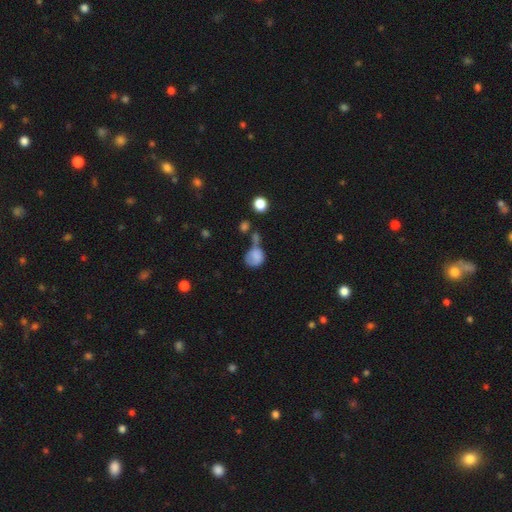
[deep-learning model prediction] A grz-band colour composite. It shows a smooth galaxy with no disk features (75%) that is round (64%). Merging: none (29%).